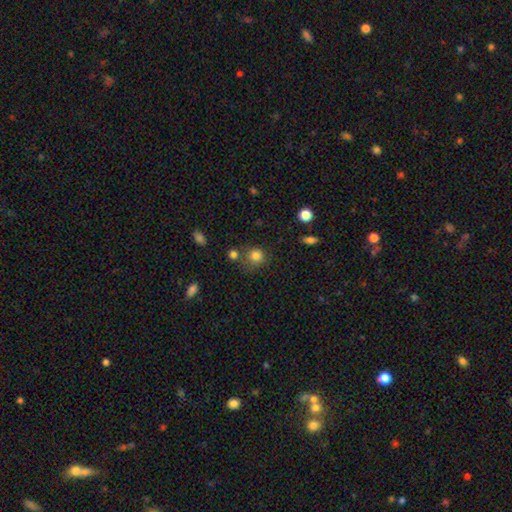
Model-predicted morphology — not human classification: A smooth galaxy with no disk features (82%) that is round (87%). Merging: none (67%).